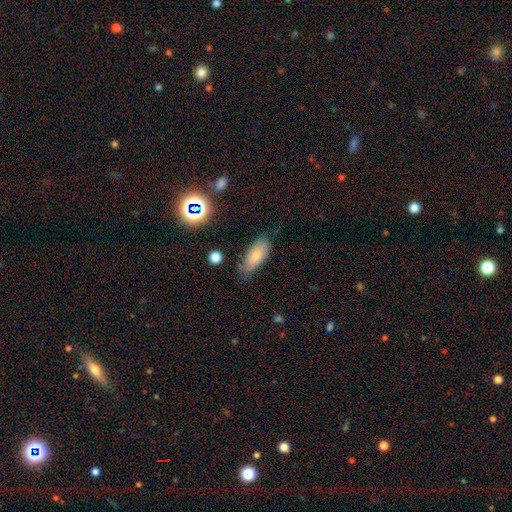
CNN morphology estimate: Smooth or featured? smooth (72%)
How rounded? in between (84%)
Merging? none (66%)